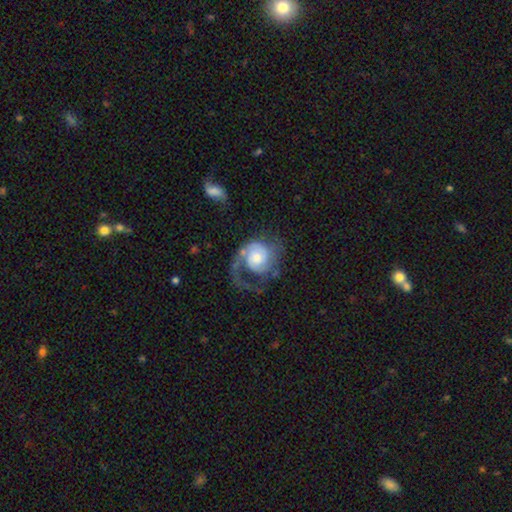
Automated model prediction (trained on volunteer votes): Smooth or featured? featured or disk (78%)
Edge-on disk? no (98%)
Bar? no (73%)
Spiral arms? yes (94%)
Spiral winding? medium (39%)
Spiral arm count? 1 (63%)
Bulge size? moderate (46%)
Merging? none (45%)